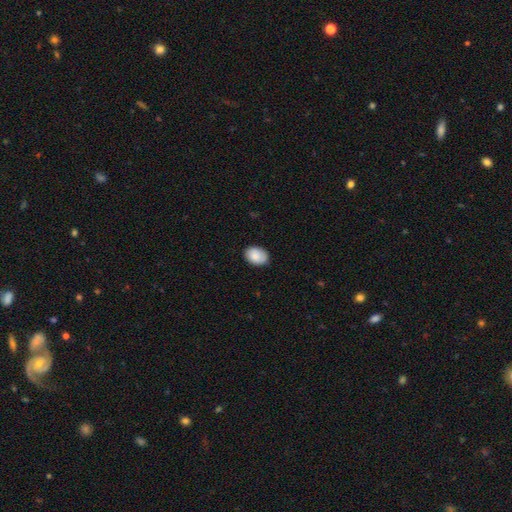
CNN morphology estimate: The model was most divided on "how rounded": in between: 76%, round: 23%, cigar-shaped: 1%. More confident: smooth or featured — smooth (88%); merging — none (83%).